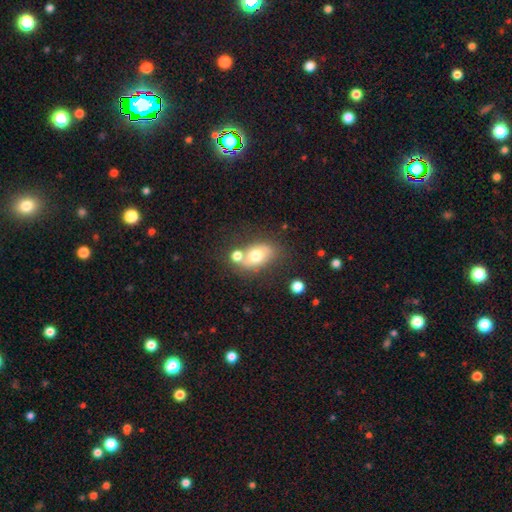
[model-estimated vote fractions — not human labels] smooth-or-featured: smooth: 63% | featured or disk: 27% | star or artifact: 10%
  how-rounded: in between: 77% | round: 21% | cigar-shaped: 2%
  merging: none: 51% | merger: 27% | minor disturbance: 16% | major disturbance: 7%